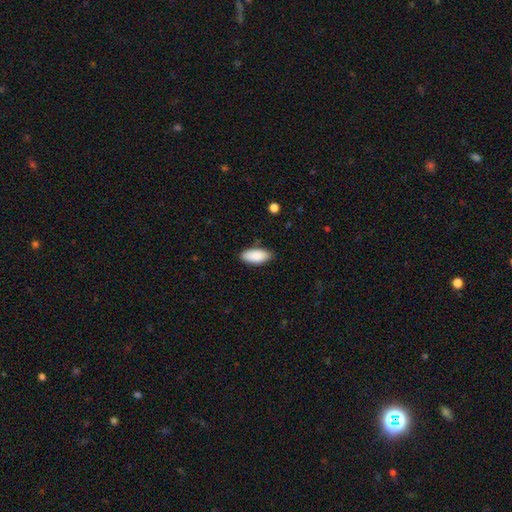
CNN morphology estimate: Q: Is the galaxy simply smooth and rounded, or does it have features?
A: smooth — 89%.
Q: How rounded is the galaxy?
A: in between — 89%.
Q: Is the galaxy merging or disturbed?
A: none — 85%.